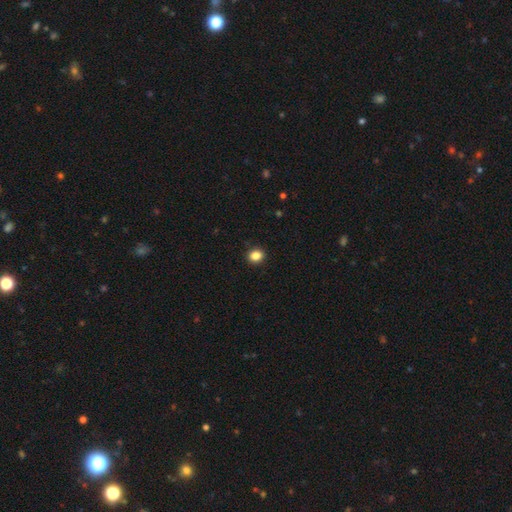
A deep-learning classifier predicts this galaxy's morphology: Q: Smooth or featured?
A: smooth (86%); runner-up: star or artifact (10%)
Q: How rounded?
A: round (72%); runner-up: in between (27%)
Q: Merging?
A: none (92%); runner-up: minor disturbance (5%)